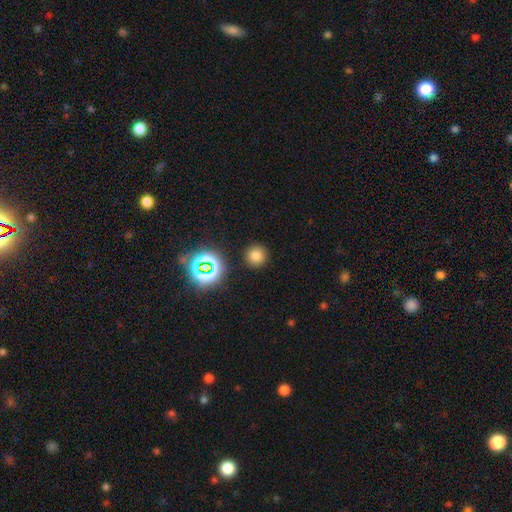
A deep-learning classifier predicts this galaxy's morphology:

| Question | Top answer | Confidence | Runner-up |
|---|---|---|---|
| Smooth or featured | smooth | 74% | star or artifact (20%) |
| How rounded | round | 94% | in between (5%) |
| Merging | none | 90% | minor disturbance (6%) |